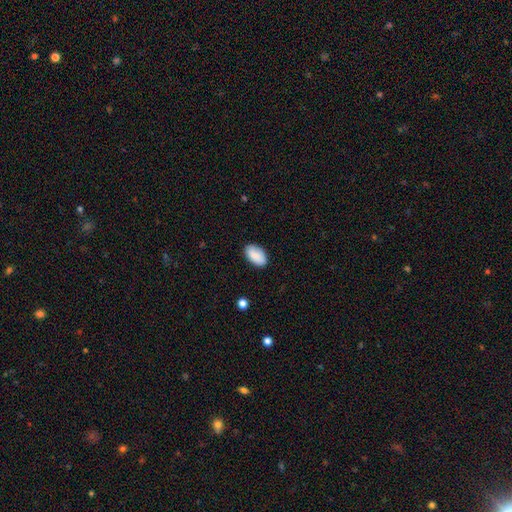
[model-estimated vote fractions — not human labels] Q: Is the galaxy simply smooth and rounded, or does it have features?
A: smooth — 88%.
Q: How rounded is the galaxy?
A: in between — 94%.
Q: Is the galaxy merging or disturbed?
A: none — 85%.